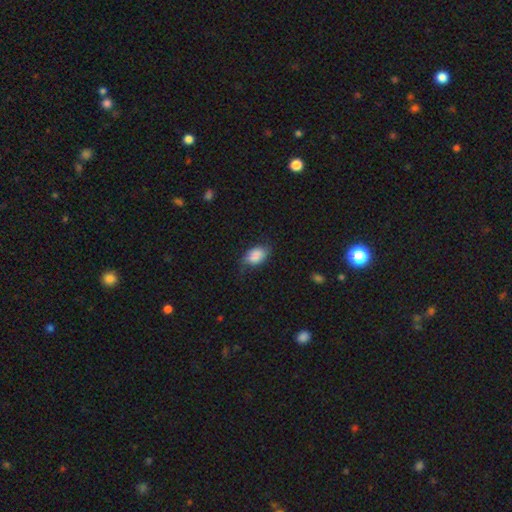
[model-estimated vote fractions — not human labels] The model was most divided on "merging": none: 64%, minor disturbance: 27%, major disturbance: 8%, merger: 1%. More confident: how rounded — in between (88%); smooth or featured — smooth (84%).